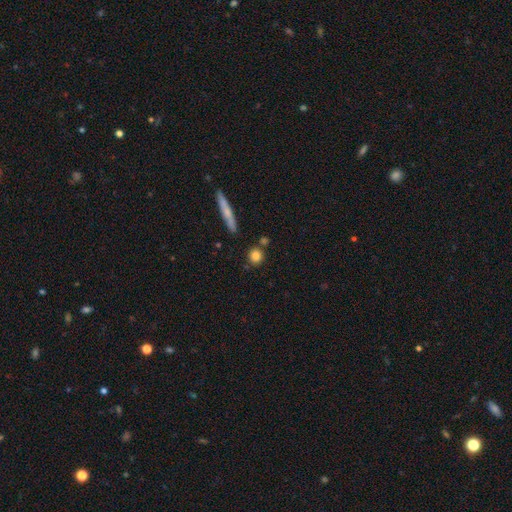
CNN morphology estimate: The model was most divided on "merging": none: 77%, merger: 11%, minor disturbance: 10%, major disturbance: 3%. More confident: how rounded — round (83%); smooth or featured — smooth (82%).